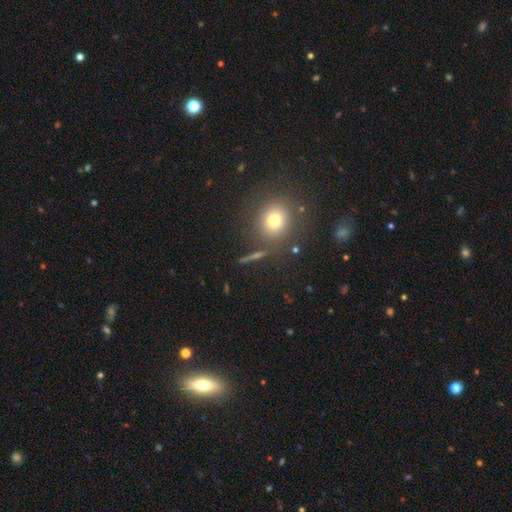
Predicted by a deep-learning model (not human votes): This appears to be a smooth galaxy with no disk features (48%). Merging: none (85%).